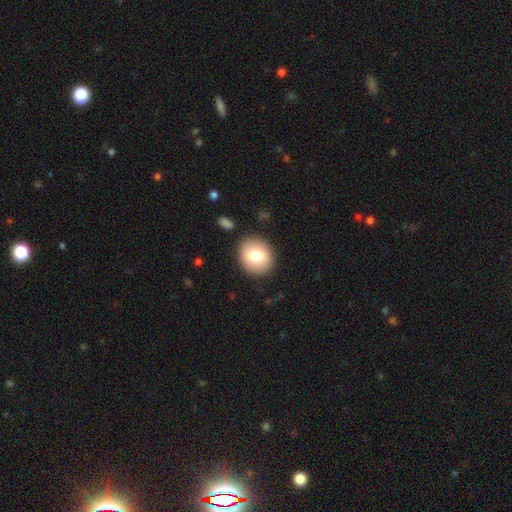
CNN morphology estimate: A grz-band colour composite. It shows a smooth galaxy with no disk features (77%) that is round (77%). Merging: none (88%).